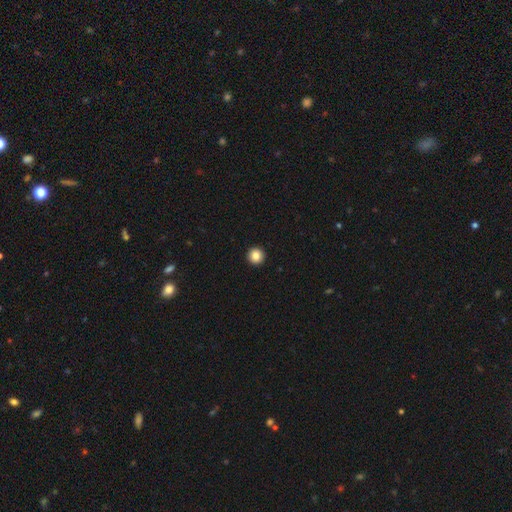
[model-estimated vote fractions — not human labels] smooth_or_featured: smooth (p=0.86) [alt: star or artifact p=0.09]
how_rounded: round (p=0.96) [alt: in between p=0.03]
merging: none (p=0.95) [alt: minor disturbance p=0.03]